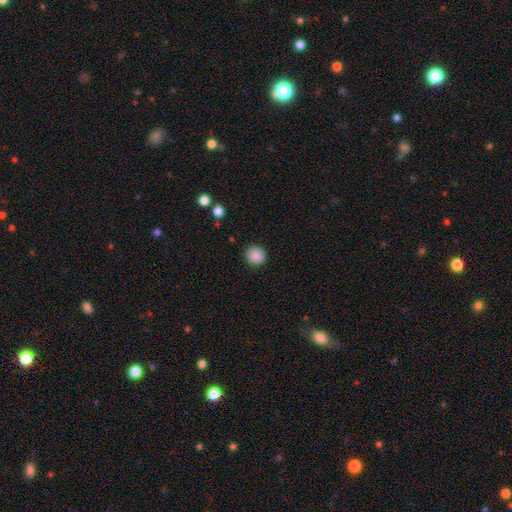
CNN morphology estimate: Smooth or featured?
  - smooth: 88% *
  - star or artifact: 9%
  - featured or disk: 3%
How rounded?
  - round: 89% *
  - in between: 11%
  - cigar-shaped: 1%
Merging?
  - none: 90% *
  - minor disturbance: 7%
  - major disturbance: 2%
  - merger: 1%